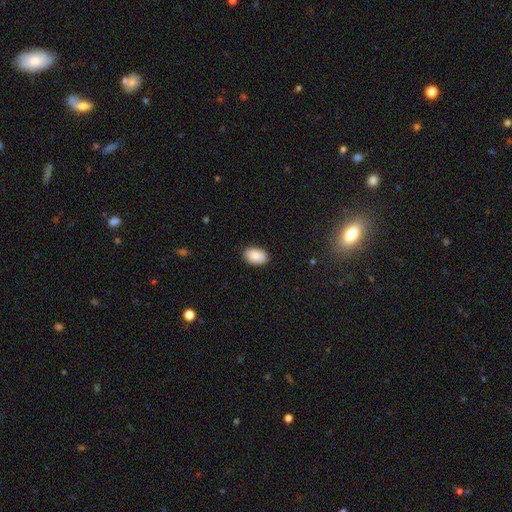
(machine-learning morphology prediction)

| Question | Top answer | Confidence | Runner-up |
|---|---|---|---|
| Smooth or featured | smooth | 90% | star or artifact (7%) |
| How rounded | in between | 90% | round (9%) |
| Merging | none | 88% | minor disturbance (9%) |